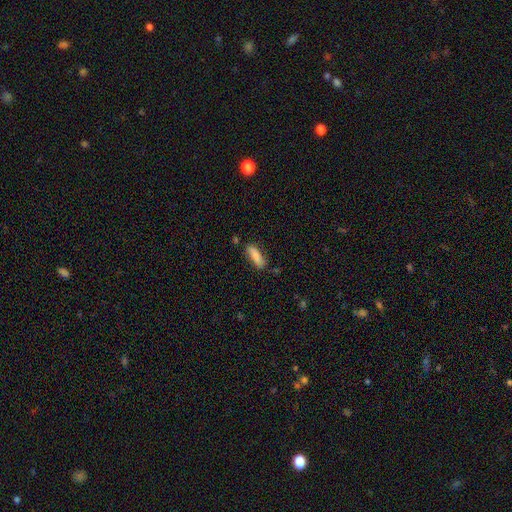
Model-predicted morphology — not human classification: Smooth or featured: smooth — 82% (featured or disk — 11%)
How rounded: in between — 51% (cigar-shaped — 47%)
Merging: none — 73% (minor disturbance — 19%)